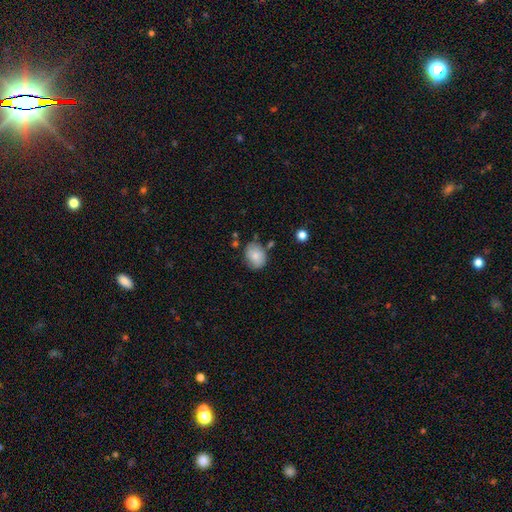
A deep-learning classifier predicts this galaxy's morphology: This appears to be a smooth galaxy with no disk features (80%) that is in between round and cigar-shaped (58%). Merging: none (68%).